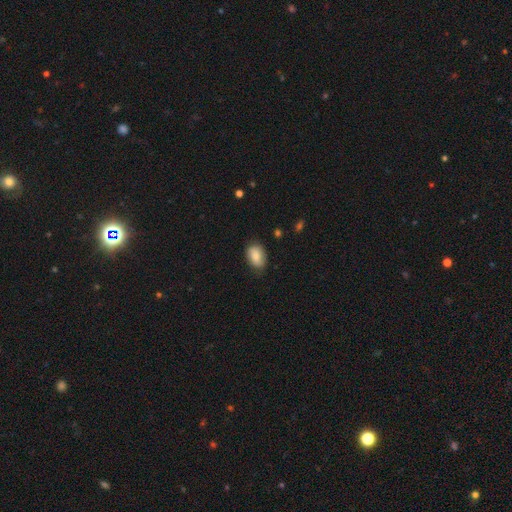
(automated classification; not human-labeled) smooth-or-featured: smooth: 87% | star or artifact: 7% | featured or disk: 6%
  how-rounded: in between: 86% | round: 12% | cigar-shaped: 1%
  merging: none: 77% | minor disturbance: 19% | major disturbance: 3% | merger: 1%